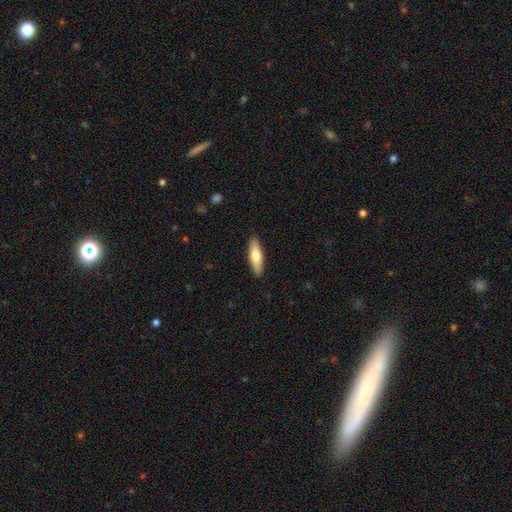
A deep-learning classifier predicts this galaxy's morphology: smooth_or_featured: smooth (p=0.68) [alt: featured or disk p=0.27]
how_rounded: cigar-shaped (p=0.60) [alt: in between p=0.39]
merging: none (p=0.89) [alt: minor disturbance p=0.08]